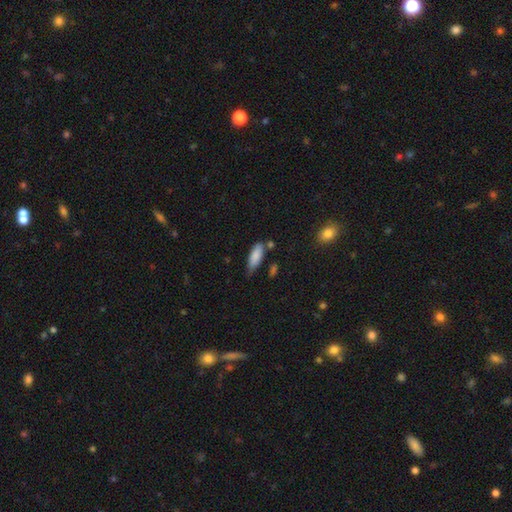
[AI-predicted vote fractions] A smooth galaxy with no disk features (84%) that is in between round and cigar-shaped (69%). Merging: none (55%).